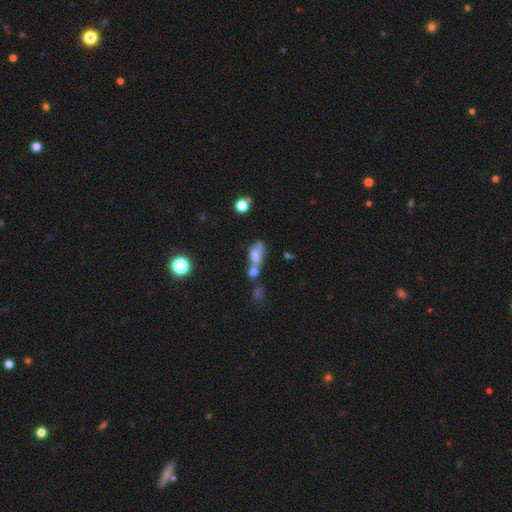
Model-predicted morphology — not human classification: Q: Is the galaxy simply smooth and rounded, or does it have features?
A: smooth — 62%.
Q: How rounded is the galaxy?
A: in between — 74%.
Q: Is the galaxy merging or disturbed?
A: merger — 66%.